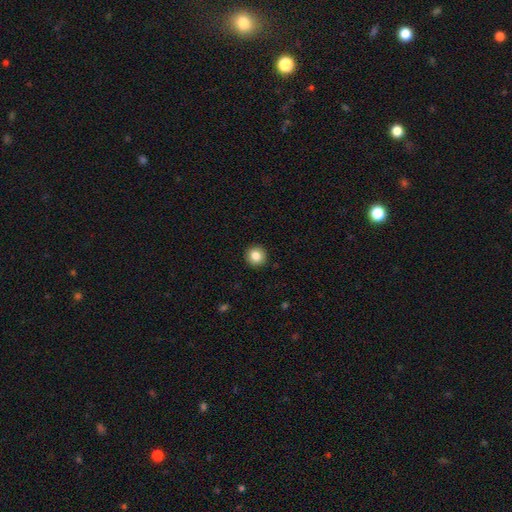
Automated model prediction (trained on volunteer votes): Q: Smooth or featured?
A: smooth (85%); runner-up: star or artifact (9%)
Q: How rounded?
A: round (94%); runner-up: in between (5%)
Q: Merging?
A: none (93%); runner-up: minor disturbance (5%)